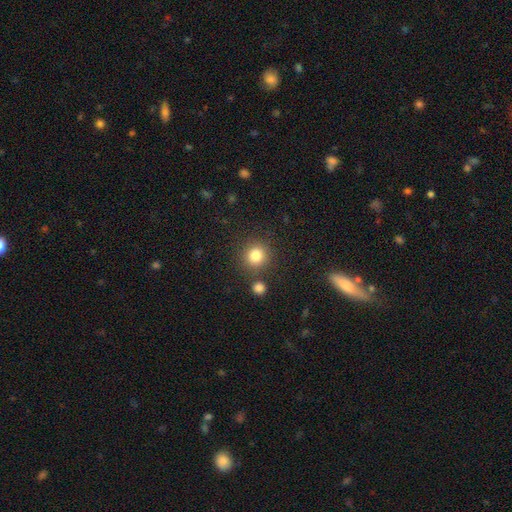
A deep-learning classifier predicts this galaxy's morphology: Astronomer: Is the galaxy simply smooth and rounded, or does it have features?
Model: smooth — 82%.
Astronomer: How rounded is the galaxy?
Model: round — 92%.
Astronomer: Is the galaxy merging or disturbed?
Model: none — 84%.